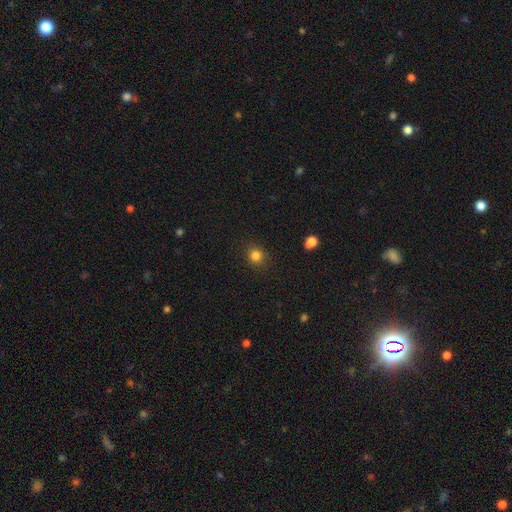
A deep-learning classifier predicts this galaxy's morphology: Smooth or featured: smooth — 83% (star or artifact — 12%)
How rounded: round — 85% (in between — 14%)
Merging: none — 89% (minor disturbance — 8%)